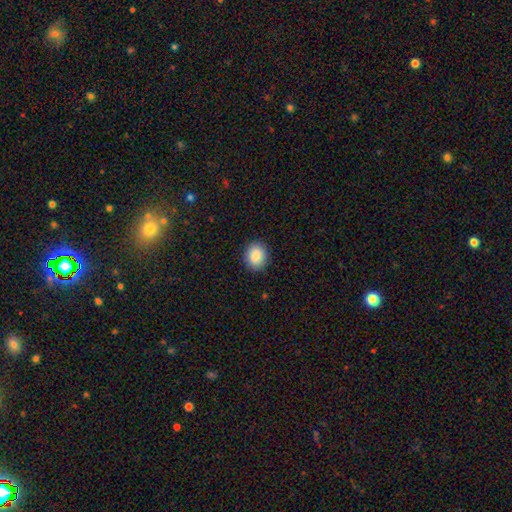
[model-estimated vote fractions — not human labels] Smooth or featured? smooth (89%)
How rounded? round (63%)
Merging? none (90%)